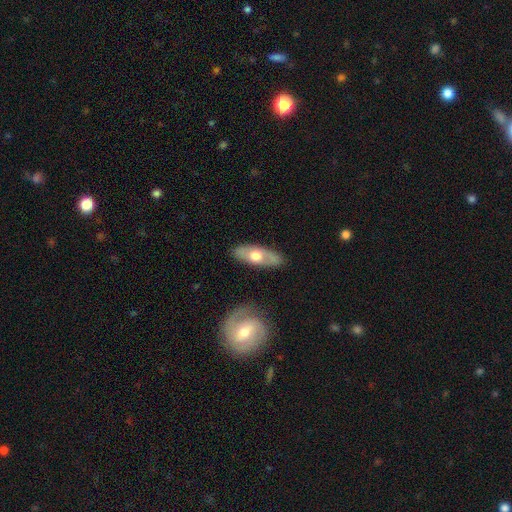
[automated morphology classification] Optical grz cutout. It shows a smooth galaxy with no disk features (48%). Merging: none (83%).